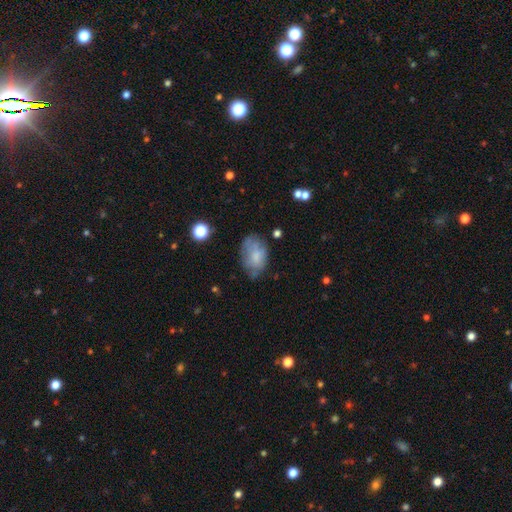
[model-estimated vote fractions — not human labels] Q: Smooth or featured?
A: smooth (64%); runner-up: featured or disk (27%)
Q: How rounded?
A: in between (86%); runner-up: round (13%)
Q: Merging?
A: none (53%); runner-up: minor disturbance (30%)